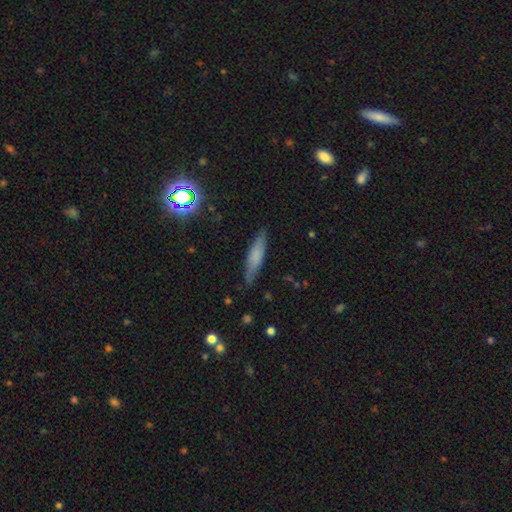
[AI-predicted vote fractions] smooth_or_featured: smooth (p=0.66) [alt: featured or disk p=0.25]
how_rounded: cigar-shaped (p=0.79) [alt: in between p=0.19]
merging: none (p=0.83) [alt: minor disturbance p=0.13]